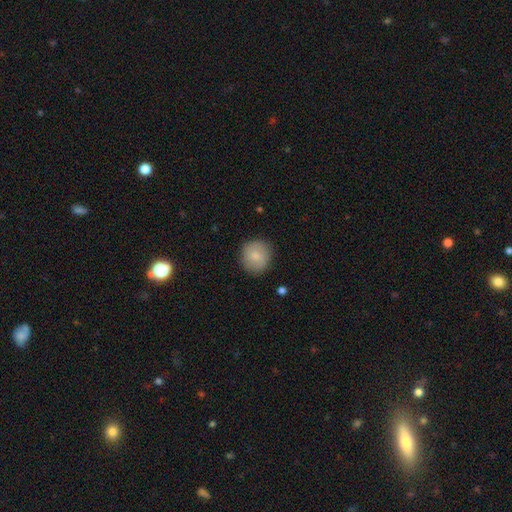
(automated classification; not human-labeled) Morphology: type=smooth (79%); roundness=round (90%); merging=none (87%).